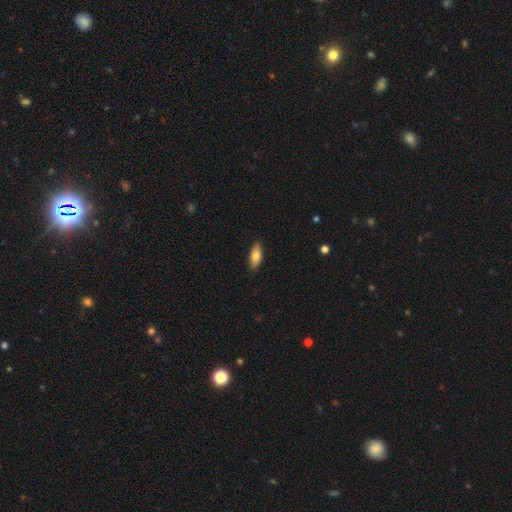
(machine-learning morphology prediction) The model was most divided on "how rounded": in between: 79%, cigar-shaped: 19%, round: 3%. More confident: merging — none (87%); smooth or featured — smooth (80%).